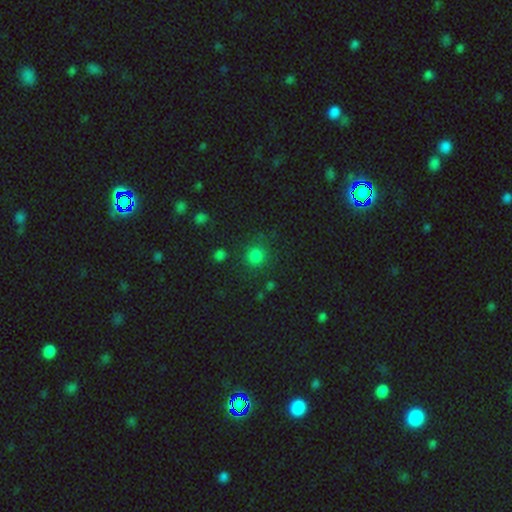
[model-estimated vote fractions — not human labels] A smooth galaxy with no disk features (78%) that is round (88%). Merging: none (81%).